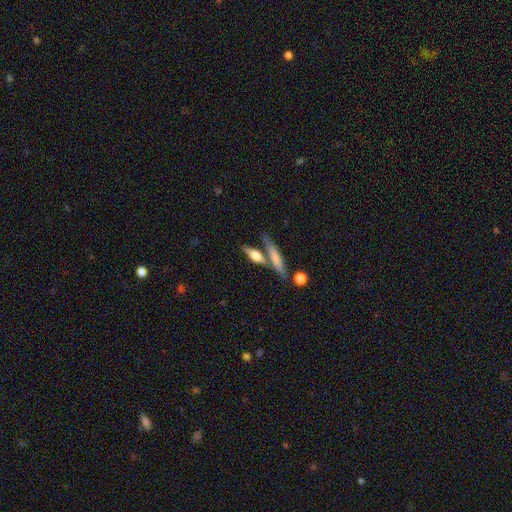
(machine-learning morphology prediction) This appears to be a smooth galaxy with no disk features (55%) that is cigar-shaped (62%). Merging: none (59%).